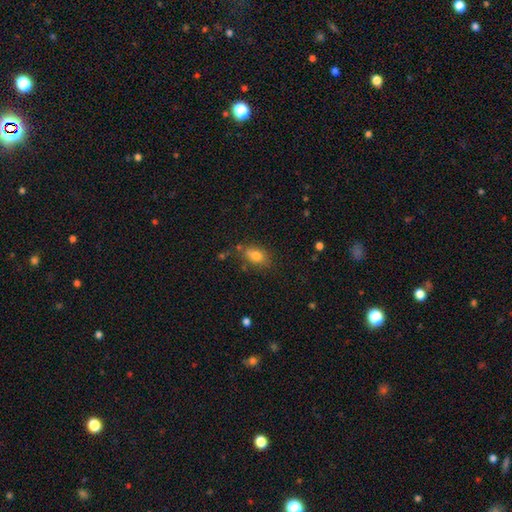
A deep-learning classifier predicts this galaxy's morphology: smooth_or_featured: smooth (p=0.79) [alt: featured or disk p=0.11]
how_rounded: in between (p=0.82) [alt: round p=0.15]
merging: none (p=0.66) [alt: minor disturbance p=0.21]